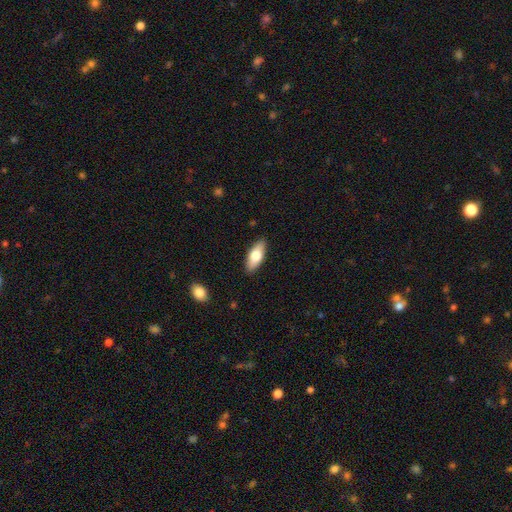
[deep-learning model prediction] The model was most divided on "smooth or featured": smooth: 68%, featured or disk: 26%, star or artifact: 6%. More confident: merging — none (88%); how rounded — in between (78%).